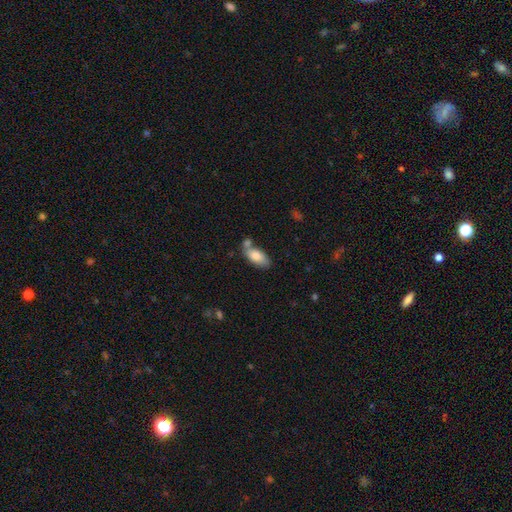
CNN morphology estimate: Q: Smooth or featured?
A: smooth (80%); runner-up: featured or disk (14%)
Q: How rounded?
A: in between (89%); runner-up: cigar-shaped (8%)
Q: Merging?
A: none (53%); runner-up: merger (26%)